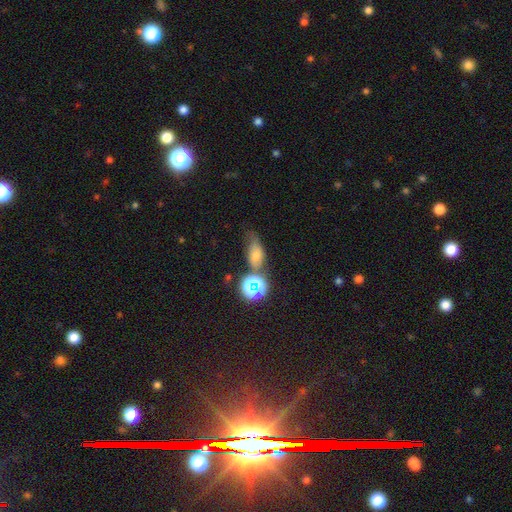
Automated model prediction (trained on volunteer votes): A smooth galaxy with no disk features (49%).

Vote fractions:
- Smooth or featured? smooth: 49% / star or artifact: 29% / featured or disk: 22%
- Merging? none: 40% / minor disturbance: 29% / major disturbance: 19% / merger: 12%